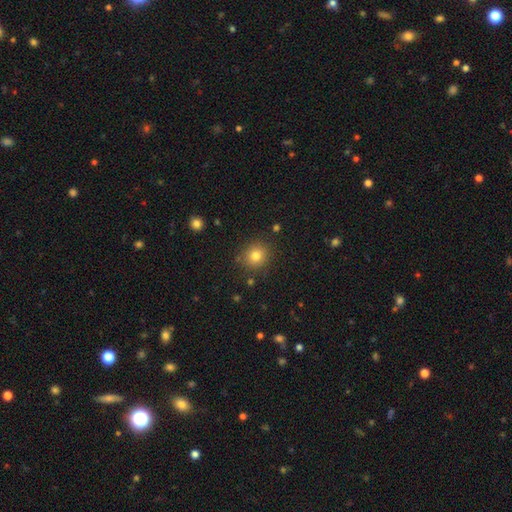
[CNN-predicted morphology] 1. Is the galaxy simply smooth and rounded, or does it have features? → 79% smooth, 13% star or artifact, 7% featured or disk.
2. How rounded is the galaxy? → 85% round, 14% in between, 1% cigar-shaped.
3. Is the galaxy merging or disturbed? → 86% none, 9% minor disturbance, 3% major disturbance, 2% merger.